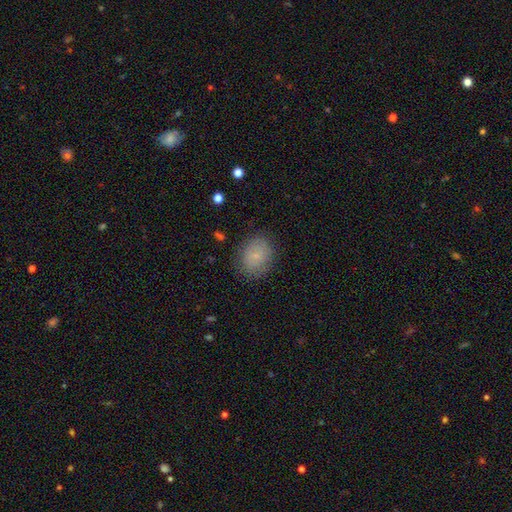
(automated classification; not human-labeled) Q: Smooth or featured?
A: smooth (78%); runner-up: featured or disk (13%)
Q: How rounded?
A: in between (53%); runner-up: round (46%)
Q: Merging?
A: none (81%); runner-up: minor disturbance (13%)